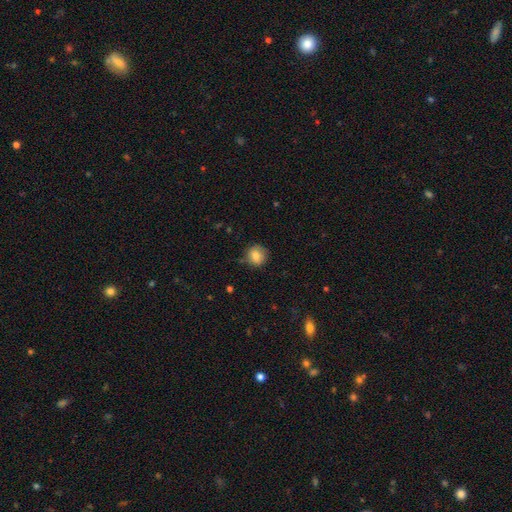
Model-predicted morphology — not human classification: A smooth galaxy with no disk features (83%) that is round (90%). Merging: none (83%).